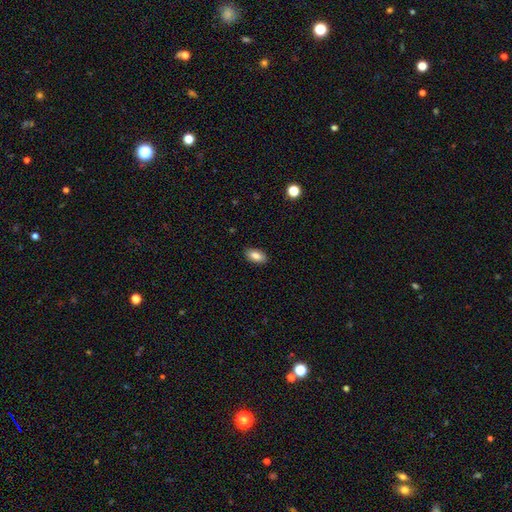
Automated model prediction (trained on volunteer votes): Q: Smooth or featured?
A: smooth (85%); runner-up: featured or disk (8%)
Q: How rounded?
A: in between (91%); runner-up: cigar-shaped (5%)
Q: Merging?
A: none (88%); runner-up: minor disturbance (9%)